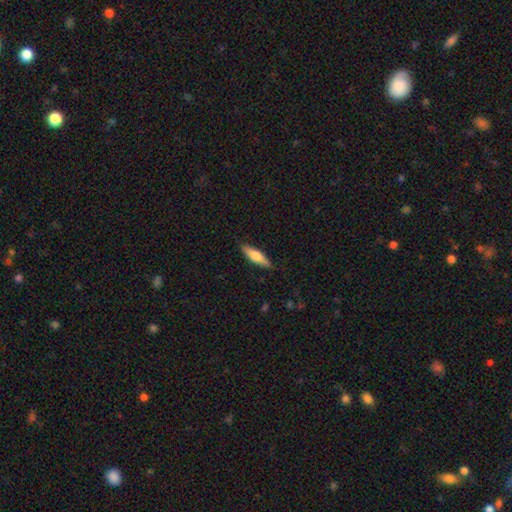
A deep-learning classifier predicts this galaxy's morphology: This is likely a smooth galaxy (66%). How rounded: likely cigar-shaped (61%). Merging: clearly none (86%).